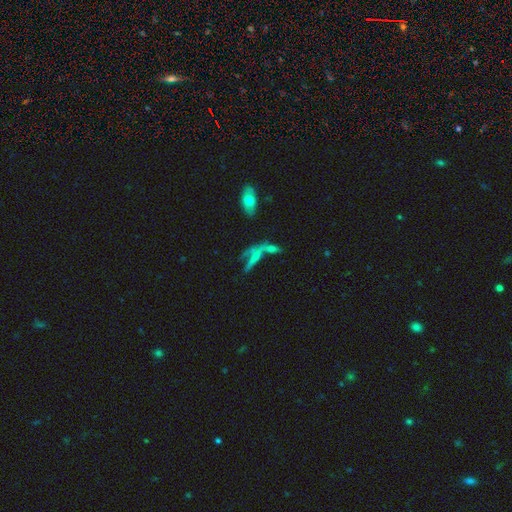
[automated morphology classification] smooth_or_featured: featured or disk (p=0.45) [alt: smooth p=0.41]
merging: merger (p=0.42) [alt: none p=0.33]